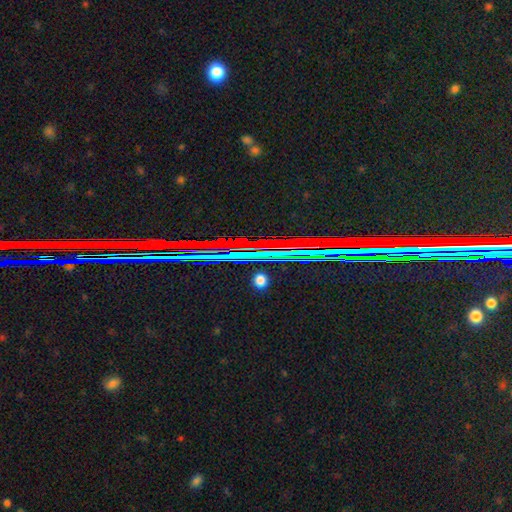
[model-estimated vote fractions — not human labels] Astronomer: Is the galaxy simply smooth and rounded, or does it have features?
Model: star or artifact — 84%.